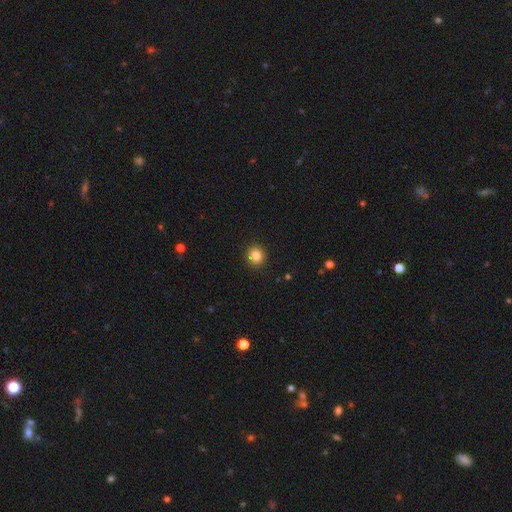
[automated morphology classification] A smooth galaxy with no disk features (83%) that is round (90%). Merging: none (90%).